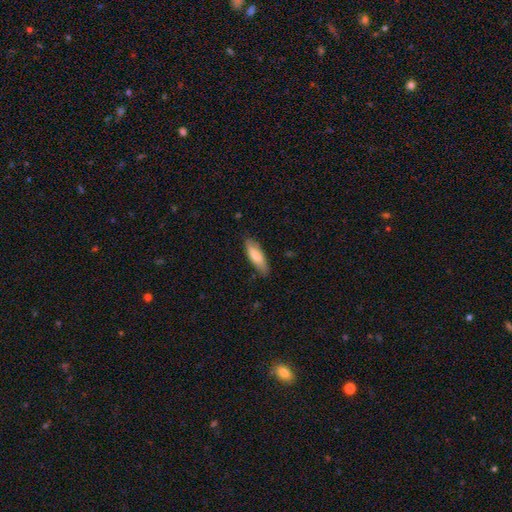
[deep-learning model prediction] smooth-or-featured: smooth: 78% | featured or disk: 17% | star or artifact: 5%
  how-rounded: in between: 52% | cigar-shaped: 47% | round: 2%
  merging: none: 79% | minor disturbance: 17% | major disturbance: 3% | merger: 1%